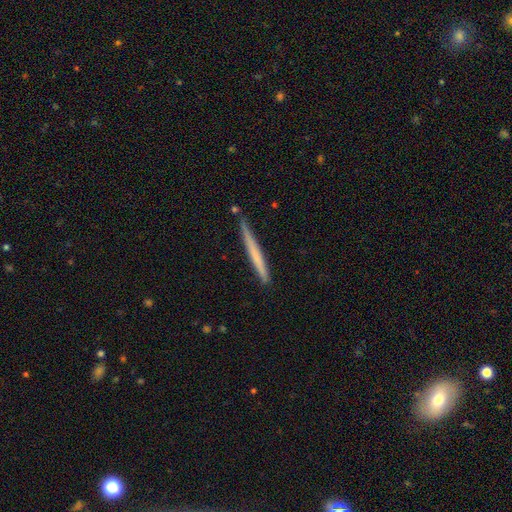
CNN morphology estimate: Overall: smooth (57%; featured or disk 38%). How rounded: cigar-shaped (97%). Merging: none (84%).